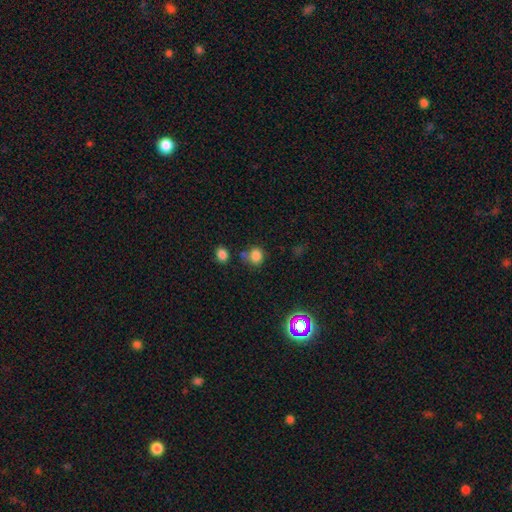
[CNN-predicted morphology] Smooth or featured? smooth (80%)
How rounded? round (77%)
Merging? none (65%)